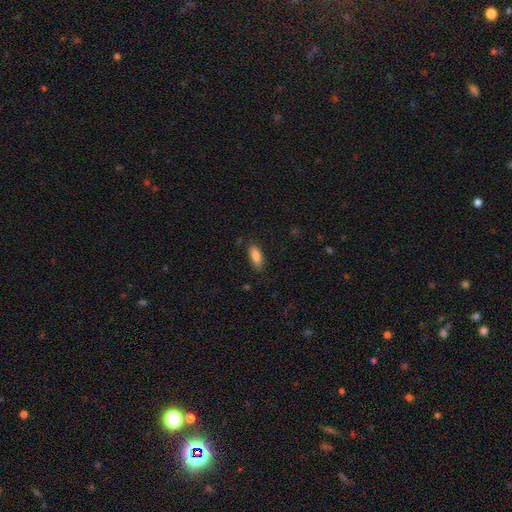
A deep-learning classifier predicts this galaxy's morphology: Smooth or featured?
  - smooth: 86% *
  - star or artifact: 7%
  - featured or disk: 7%
How rounded?
  - in between: 80% *
  - cigar-shaped: 18%
  - round: 2%
Merging?
  - none: 81% *
  - minor disturbance: 14%
  - major disturbance: 3%
  - merger: 1%